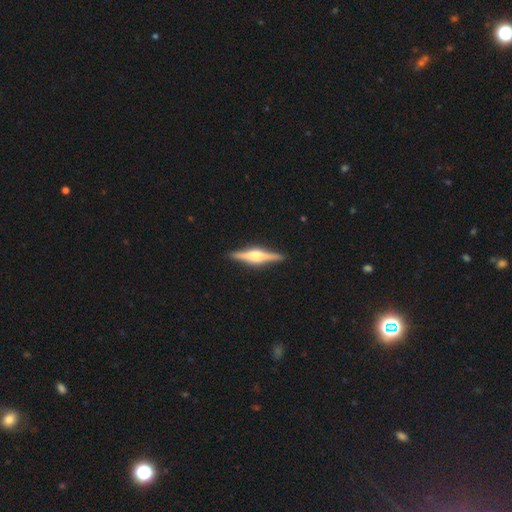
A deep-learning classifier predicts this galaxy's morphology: Smooth or featured? Predicted: featured or disk (p=0.77). Edge-on disk? Predicted: yes (p=0.98). Edge-on bulge? Predicted: rounded (p=0.86). Merging? Predicted: none (p=0.91).